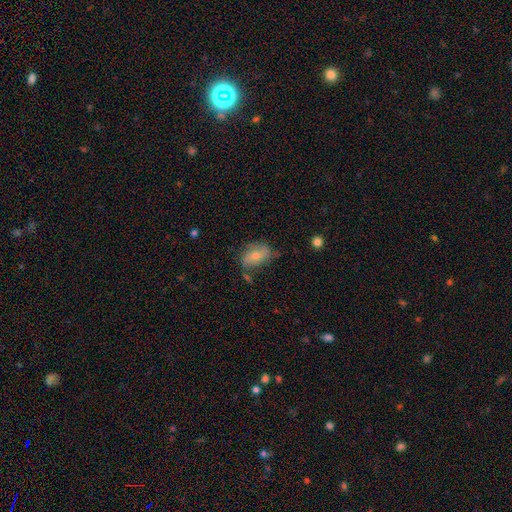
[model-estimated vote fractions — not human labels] Smooth or featured? smooth (58%)
How rounded? in between (84%)
Merging? none (55%)